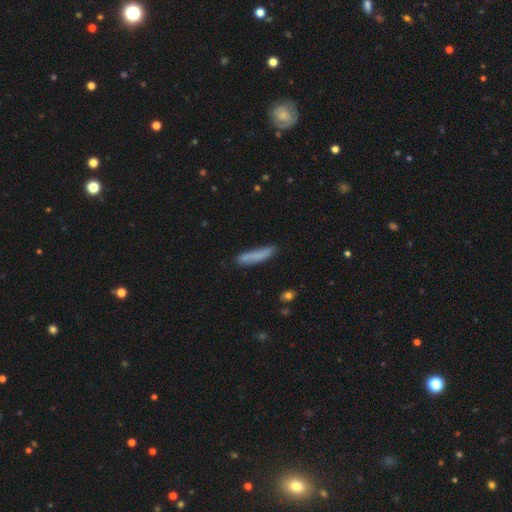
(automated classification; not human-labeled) smooth_or_featured: smooth (p=0.77) [alt: featured or disk p=0.16]
how_rounded: cigar-shaped (p=0.85) [alt: in between p=0.13]
merging: none (p=0.74) [alt: minor disturbance p=0.18]